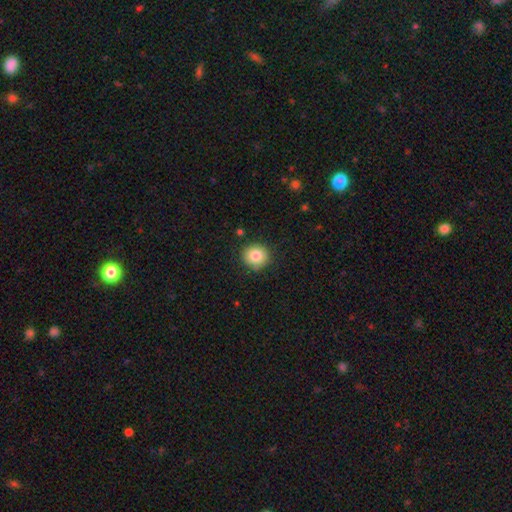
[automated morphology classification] Overall: smooth (83%). How rounded: round (89%). Merging: none (86%).